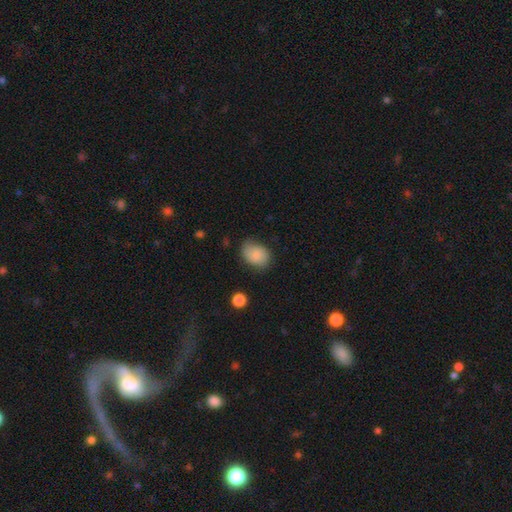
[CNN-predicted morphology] A smooth galaxy with no disk features (80%) that is in between round and cigar-shaped (70%).

Vote fractions:
- Smooth or featured? smooth: 80% / featured or disk: 12% / star or artifact: 8%
- How rounded? in between: 70% / round: 29% / cigar-shaped: 1%
- Merging? none: 66% / minor disturbance: 26% / major disturbance: 7% / merger: 2%